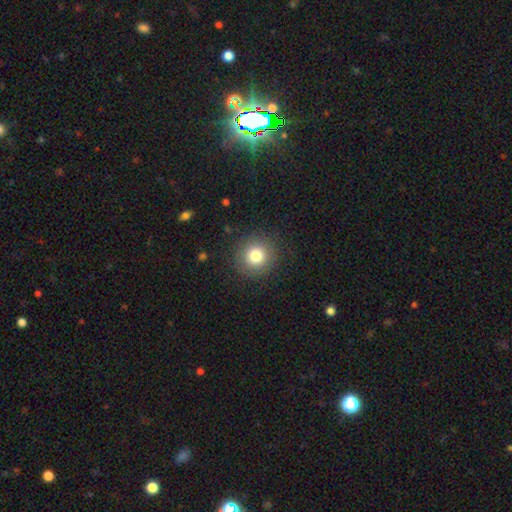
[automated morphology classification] smooth-or-featured: smooth: 80% | star or artifact: 11% | featured or disk: 9%
  how-rounded: round: 93% | in between: 6% | cigar-shaped: 1%
  merging: none: 89% | minor disturbance: 7% | major disturbance: 3% | merger: 1%